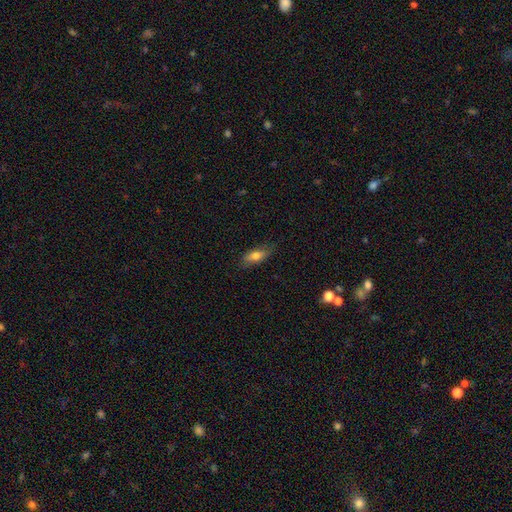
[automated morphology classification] Smooth or featured: smooth — 72% (featured or disk — 20%)
How rounded: in between — 72% (cigar-shaped — 24%)
Merging: none — 78% (minor disturbance — 17%)